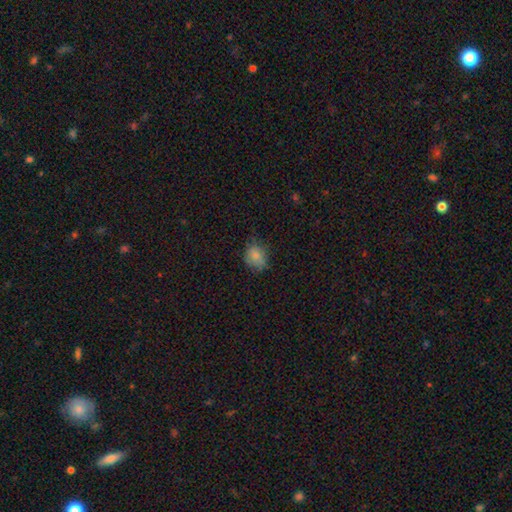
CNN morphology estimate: This appears to be a smooth galaxy with no disk features (81%) that is round (60%). Merging: none (64%).